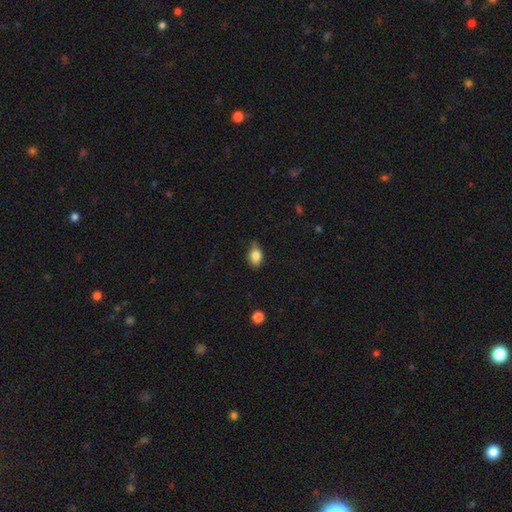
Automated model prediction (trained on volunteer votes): Q: Smooth or featured?
A: smooth (83%); runner-up: star or artifact (9%)
Q: How rounded?
A: in between (72%); runner-up: round (26%)
Q: Merging?
A: none (57%); runner-up: minor disturbance (34%)